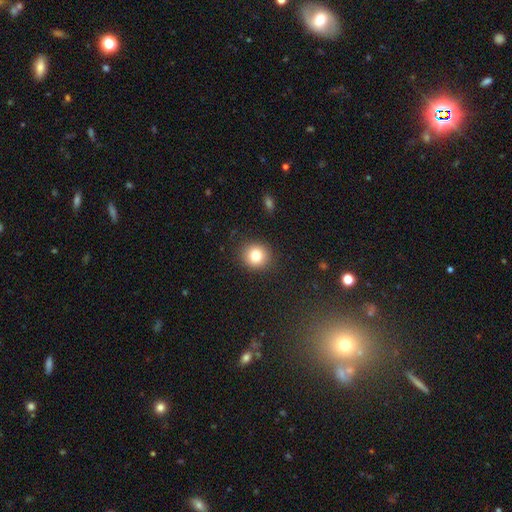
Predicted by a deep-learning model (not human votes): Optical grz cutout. It shows a smooth galaxy with no disk features (81%) that is round (88%). Merging: none (90%).